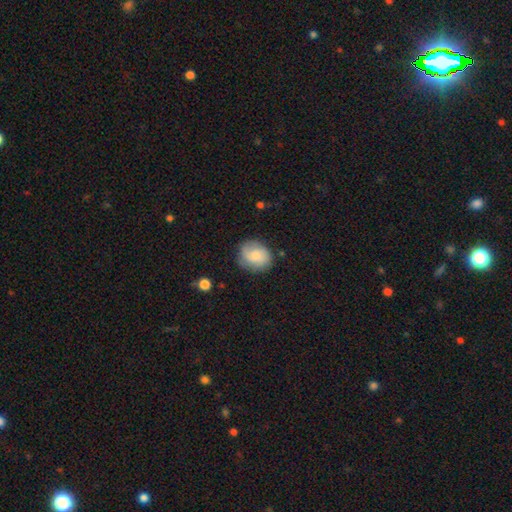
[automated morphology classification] smooth 70%, featured or disk 23%, star or artifact 8%. Down the decision tree: how rounded — round (63%); merging — none (71%).